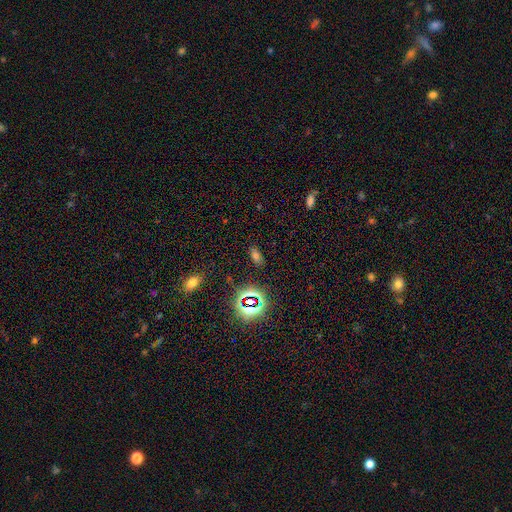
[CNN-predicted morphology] smooth_or_featured: smooth (p=0.53) [alt: star or artifact p=0.38]
how_rounded: in between (p=0.79) [alt: round p=0.11]
merging: none (p=0.84) [alt: minor disturbance p=0.10]